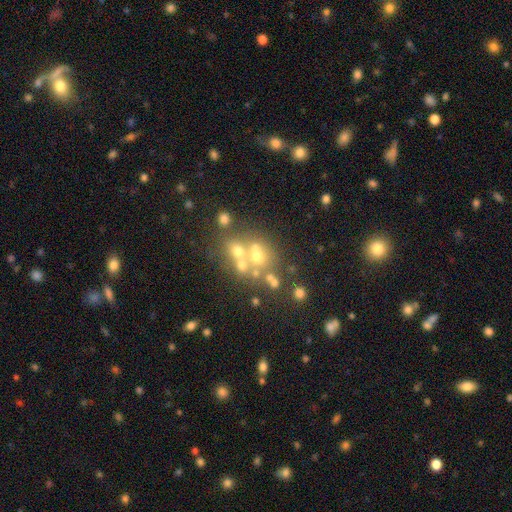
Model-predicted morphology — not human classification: Smooth or featured?
  - smooth: 38% *
  - featured or disk: 32%
  - star or artifact: 31%
Merging?
  - none: 43% *
  - merger: 41%
  - minor disturbance: 9%
  - major disturbance: 7%